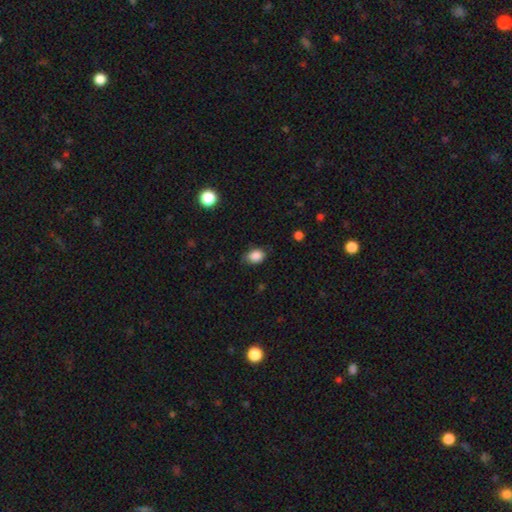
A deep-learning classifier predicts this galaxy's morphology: Q: Smooth or featured?
A: smooth (87%); runner-up: star or artifact (9%)
Q: How rounded?
A: in between (71%); runner-up: round (28%)
Q: Merging?
A: none (73%); runner-up: minor disturbance (22%)